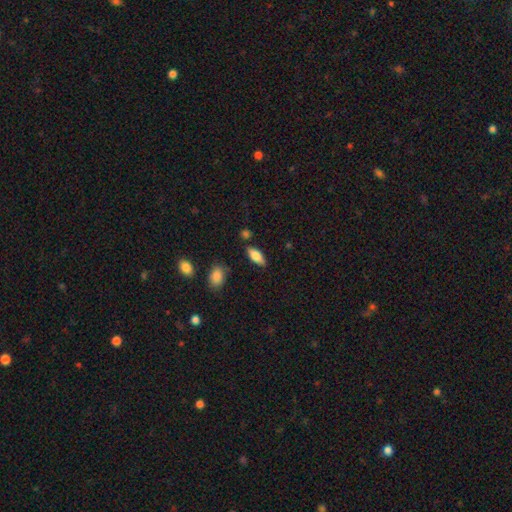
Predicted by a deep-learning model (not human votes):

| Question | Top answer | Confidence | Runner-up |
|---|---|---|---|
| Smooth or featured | smooth | 75% | featured or disk (19%) |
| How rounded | in between | 78% | cigar-shaped (19%) |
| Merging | none | 82% | minor disturbance (12%) |